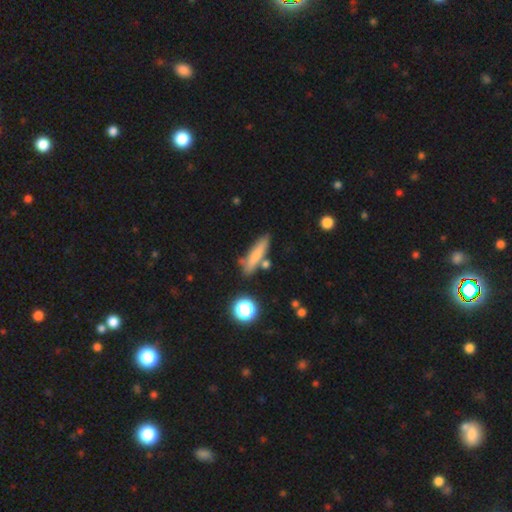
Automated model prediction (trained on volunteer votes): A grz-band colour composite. It shows a smooth galaxy with no disk features (71%) that is cigar-shaped (79%). Merging: none (73%).